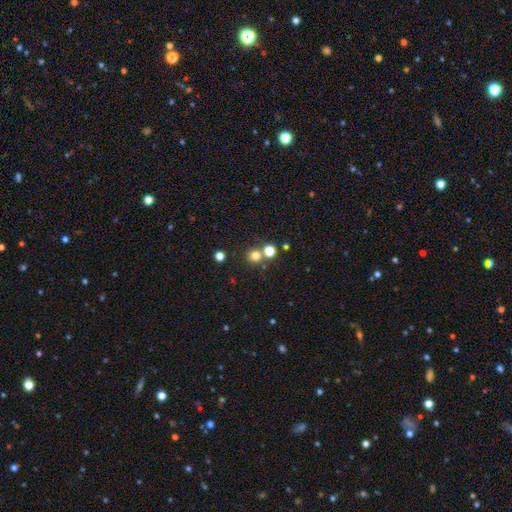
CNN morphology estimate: This is likely a smooth galaxy (76%). How rounded: clearly round (91%). Merging: likely none (69%).